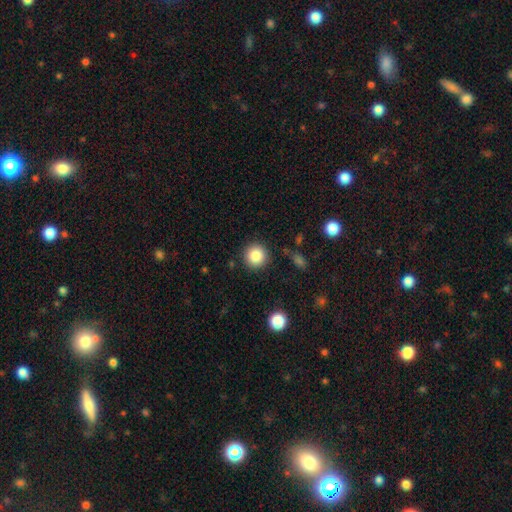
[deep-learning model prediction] smooth-or-featured: smooth: 86% | star or artifact: 9% | featured or disk: 5%
  how-rounded: round: 95% | in between: 4% | cigar-shaped: 1%
  merging: none: 89% | minor disturbance: 7% | major disturbance: 3% | merger: 2%